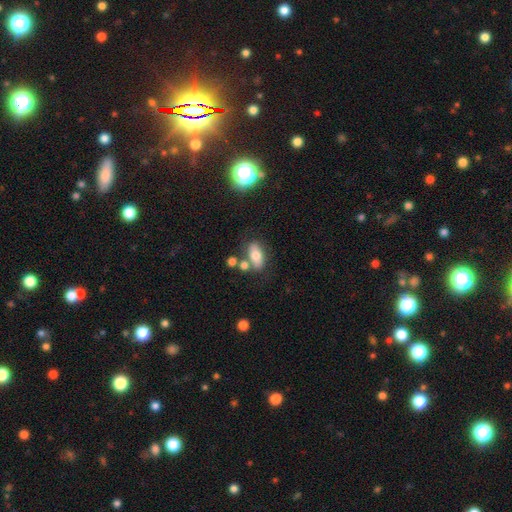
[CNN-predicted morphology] Q: Smooth or featured?
A: smooth (68%); runner-up: featured or disk (22%)
Q: How rounded?
A: in between (85%); runner-up: round (8%)
Q: Merging?
A: none (59%); runner-up: merger (19%)